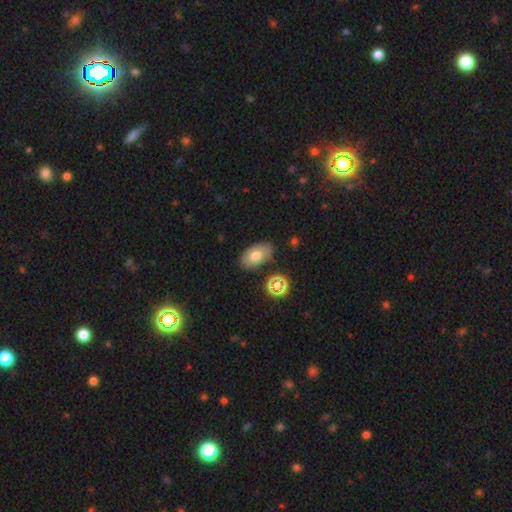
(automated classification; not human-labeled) The model was most divided on "smooth or featured": smooth: 69%, featured or disk: 20%, star or artifact: 11%. More confident: how rounded — in between (90%); merging — none (80%).